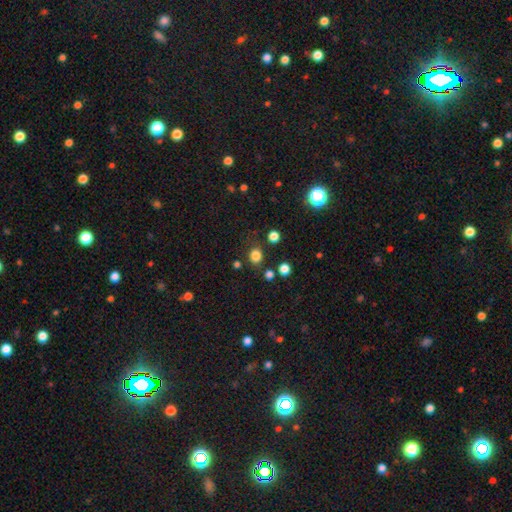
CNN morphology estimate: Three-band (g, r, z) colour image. It shows a smooth galaxy with no disk features (81%) that is round (68%). Merging: none (79%).